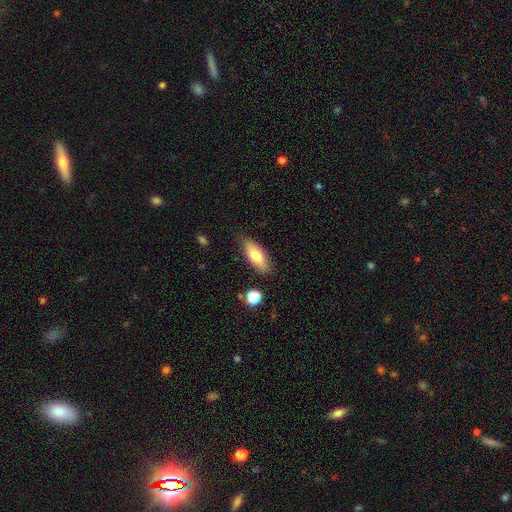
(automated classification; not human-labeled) Morphology: type=smooth (75%); roundness=in between (74%); merging=none (83%).